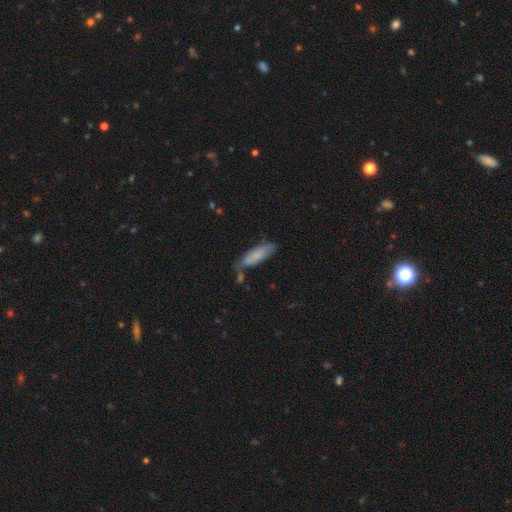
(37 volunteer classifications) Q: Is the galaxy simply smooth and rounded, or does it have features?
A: smooth — 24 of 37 (65%).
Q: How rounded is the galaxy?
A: cigar-shaped — 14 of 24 (58%).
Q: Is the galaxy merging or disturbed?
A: none — 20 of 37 (54%).